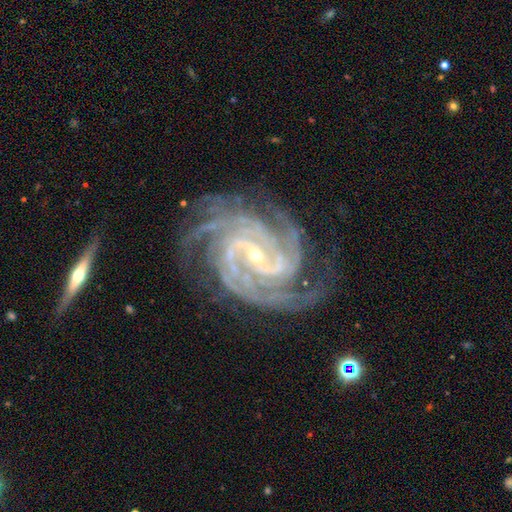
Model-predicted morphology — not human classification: Smooth or featured? Predicted: featured or disk (p=0.93). Edge-on disk? Predicted: no (p=0.98). Bar? Predicted: strong (p=0.40). Spiral arms? Predicted: yes (p=0.99). Spiral winding? Predicted: tight (p=0.61). Spiral arm count? Predicted: 4 (p=0.29). Bulge size? Predicted: small (p=0.82). Merging? Predicted: none (p=0.73).